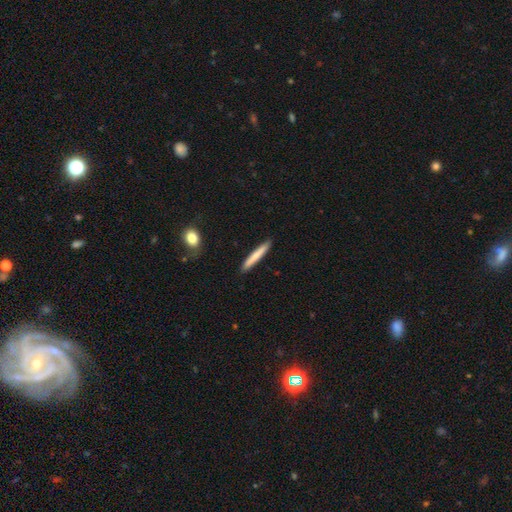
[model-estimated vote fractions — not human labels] A smooth galaxy with no disk features (72%) that is cigar-shaped (95%). Merging: none (90%).